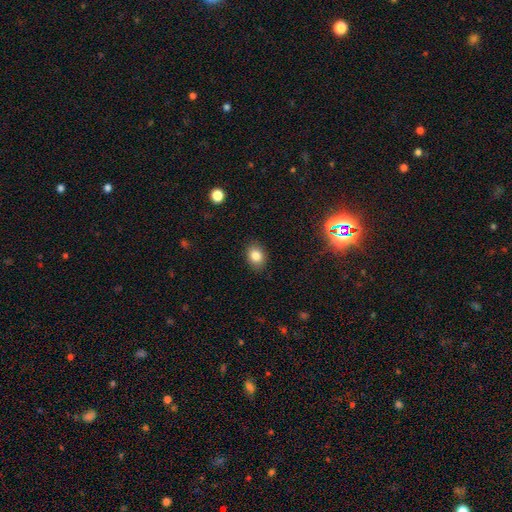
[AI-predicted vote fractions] Smooth or featured? smooth (83%)
How rounded? in between (61%)
Merging? none (87%)